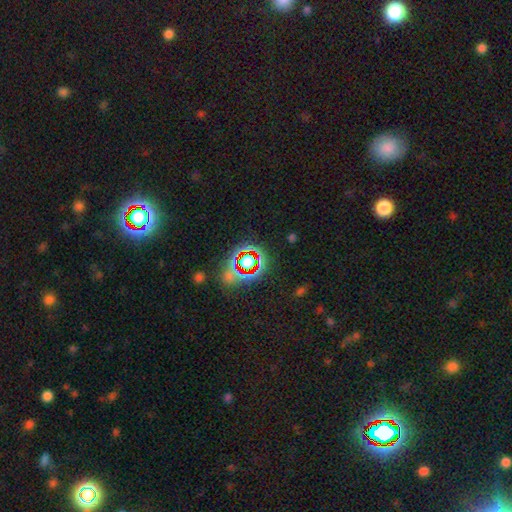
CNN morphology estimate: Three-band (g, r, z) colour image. It shows a star or artifact, not a galaxy (74%).